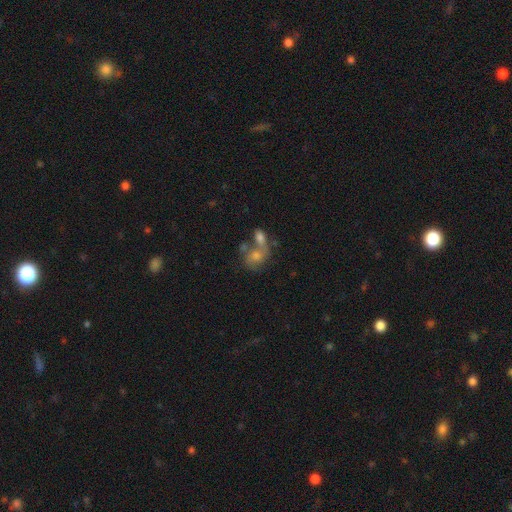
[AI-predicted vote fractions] This is possibly a smooth galaxy (52%). How rounded: possibly in between (57%). Merging: possibly merger (51%).